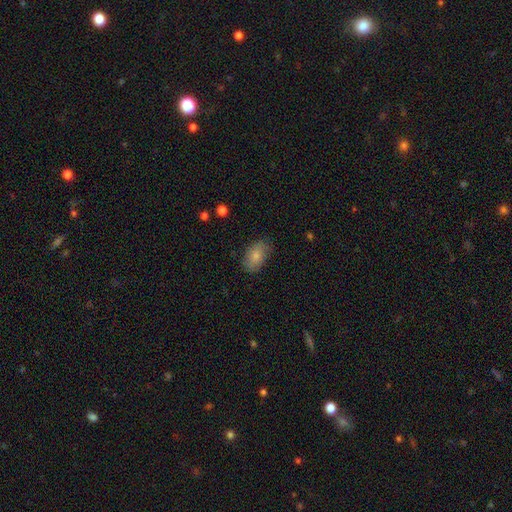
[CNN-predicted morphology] A smooth galaxy with no disk features (80%) that is in between round and cigar-shaped (90%). Merging: none (77%).